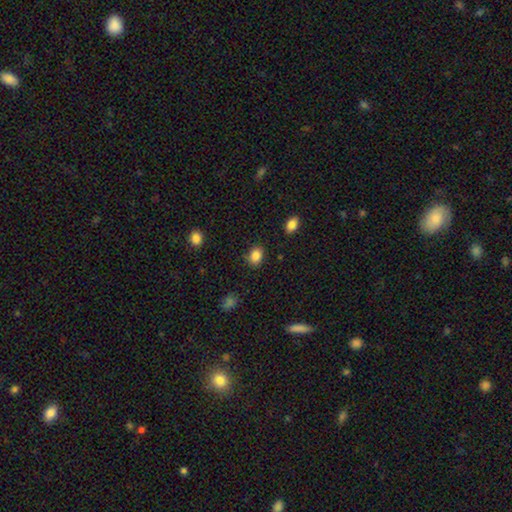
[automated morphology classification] smooth-or-featured: smooth: 86% | star or artifact: 9% | featured or disk: 5%
  how-rounded: in between: 61% | round: 38% | cigar-shaped: 1%
  merging: none: 83% | minor disturbance: 12% | major disturbance: 3% | merger: 2%